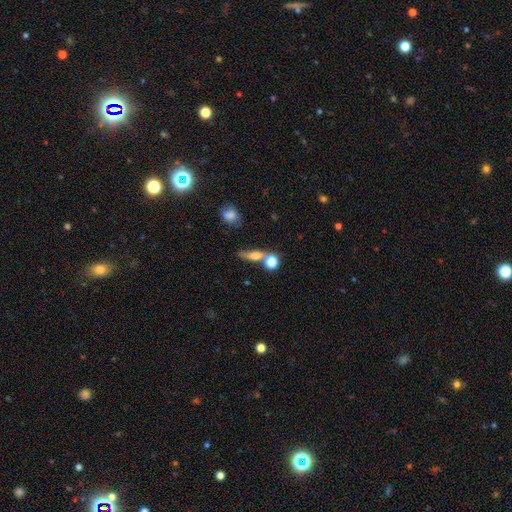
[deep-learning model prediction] This appears to be a smooth galaxy with no disk features (63%) that is in between round and cigar-shaped (36%). Merging: none (48%).